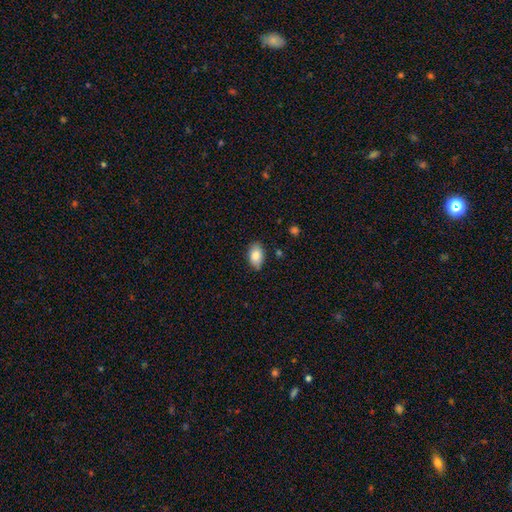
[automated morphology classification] Smooth or featured? Predicted: smooth (p=0.86). How rounded? Predicted: in between (p=0.91). Merging? Predicted: none (p=0.81).